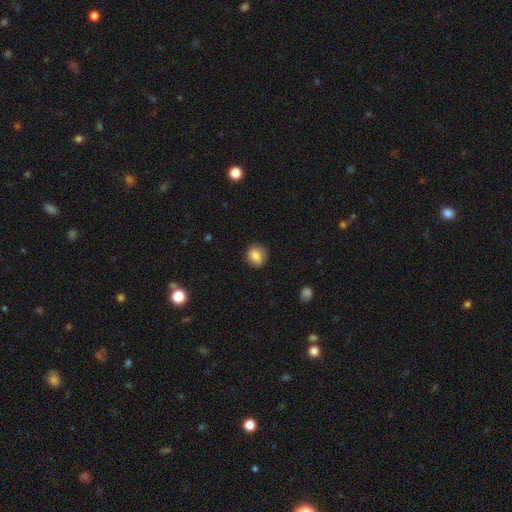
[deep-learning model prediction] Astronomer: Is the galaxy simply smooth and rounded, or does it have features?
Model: smooth — 80%.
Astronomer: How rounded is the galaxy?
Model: round — 77%.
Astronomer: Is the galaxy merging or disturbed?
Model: none — 82%.